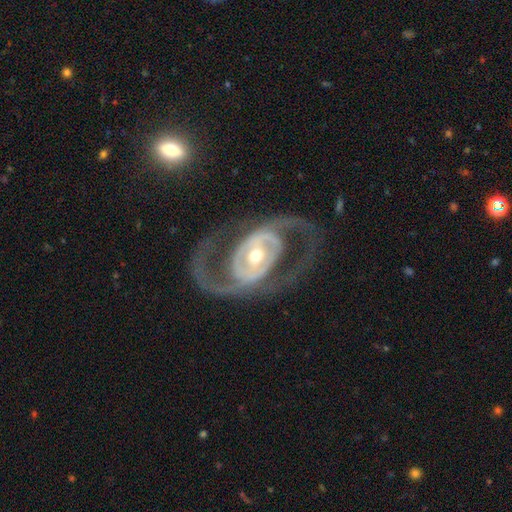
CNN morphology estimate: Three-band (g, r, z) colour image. It shows a featured or disk galaxy (90%) with no bar (40%), 2 (90%) medium (50%) spiral arms (85%) and a moderate central bulge (66%). Merging: none (73%).